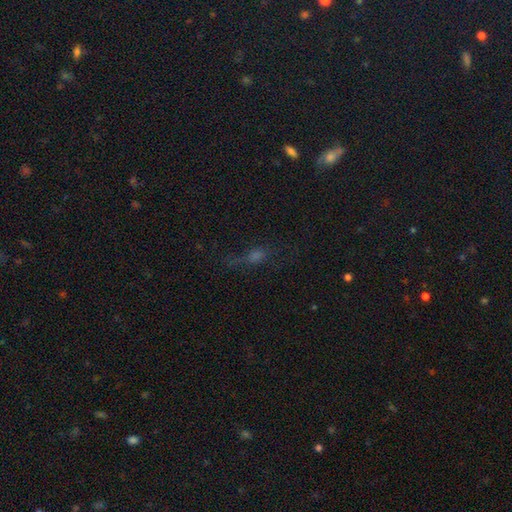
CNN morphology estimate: Q: Smooth or featured?
A: smooth (38%); runner-up: star or artifact (34%)
Q: Merging?
A: none (51%); runner-up: major disturbance (26%)